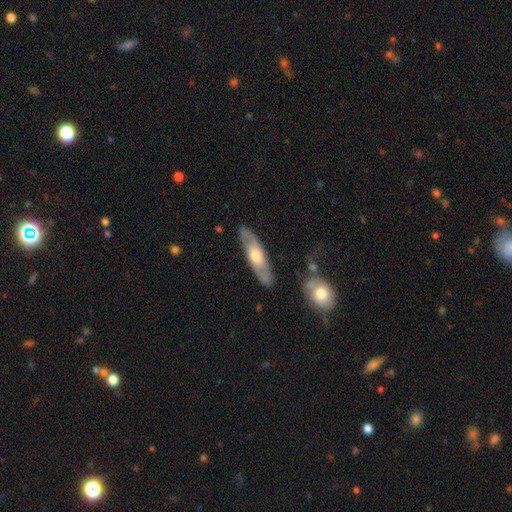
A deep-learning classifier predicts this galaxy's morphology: type=featured or disk (56%); edge-on=no (55%); merging=none (83%).